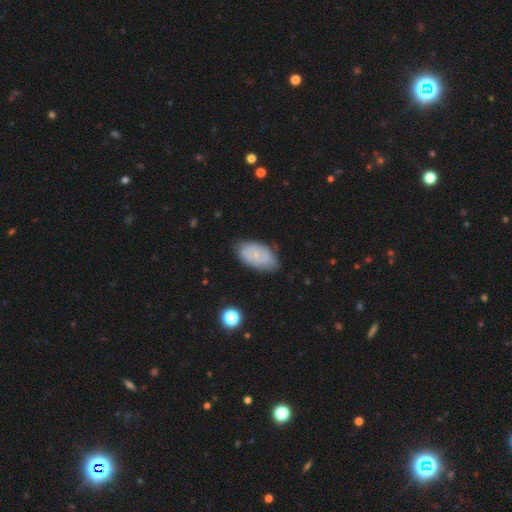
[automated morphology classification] smooth_or_featured: smooth (p=0.56) [alt: featured or disk p=0.36]
how_rounded: in between (p=0.93) [alt: round p=0.05]
merging: none (p=0.74) [alt: minor disturbance p=0.20]